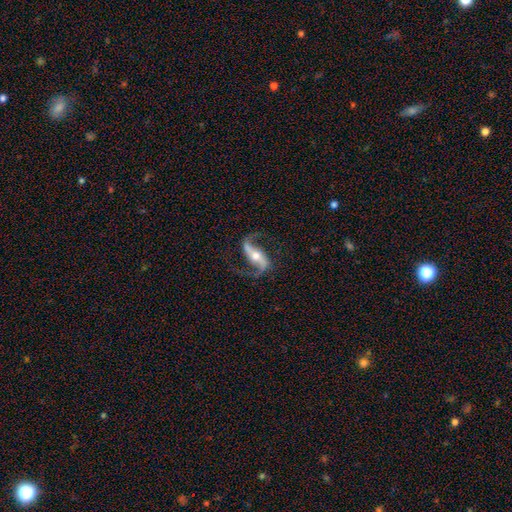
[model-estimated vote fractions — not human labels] This is clearly a featured or disk galaxy (91%). It is clearly not viewed edge-on (95%). Bar: possibly strong (53%). Spiral arm pattern: clearly yes (97%). Spiral arm count: clearly 2 (94%). Spiral winding: likely loose (67%). Central bulge: possibly moderate (58%). Merging: likely none (79%).